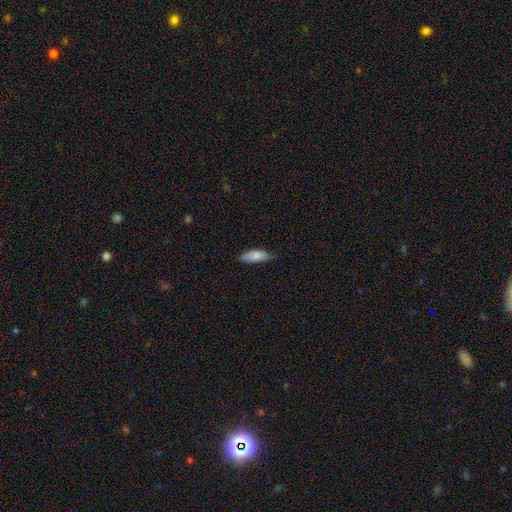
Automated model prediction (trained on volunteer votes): Morphology: type=smooth (84%); roundness=in between (59%); merging=none (79%).